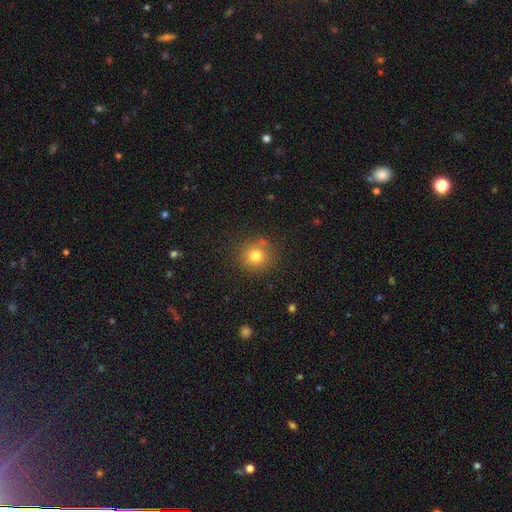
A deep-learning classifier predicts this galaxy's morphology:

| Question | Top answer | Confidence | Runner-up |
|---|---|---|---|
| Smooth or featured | smooth | 79% | star or artifact (13%) |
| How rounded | round | 91% | in between (8%) |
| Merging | none | 83% | minor disturbance (10%) |